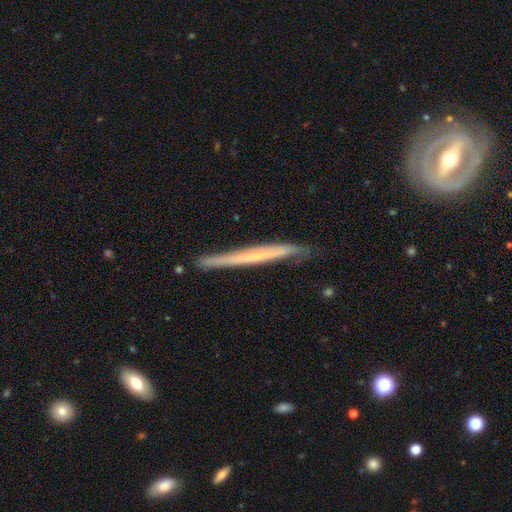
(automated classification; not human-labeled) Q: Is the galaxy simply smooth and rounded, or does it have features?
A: featured or disk — 55%.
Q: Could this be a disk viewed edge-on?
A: yes — 95%.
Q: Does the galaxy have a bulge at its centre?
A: none — 85%.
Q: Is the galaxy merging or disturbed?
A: none — 80%.